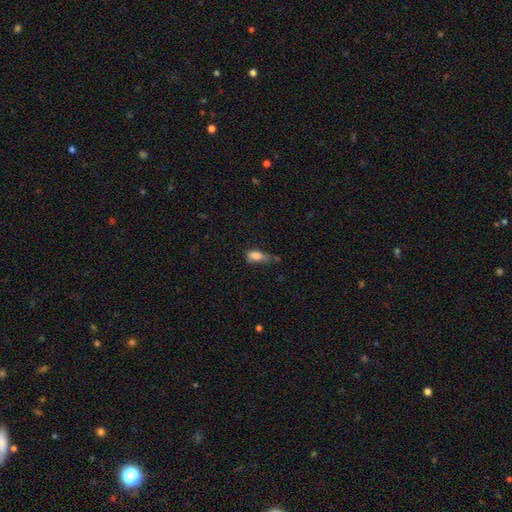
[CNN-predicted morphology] Smooth or featured? Predicted: smooth (p=0.79). How rounded? Predicted: in between (p=0.79). Merging? Predicted: minor disturbance (p=0.42).